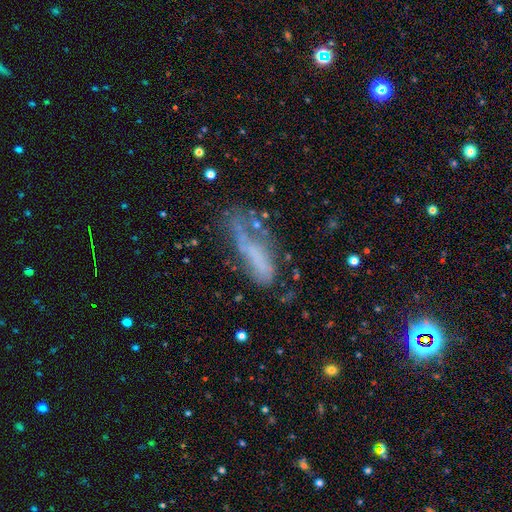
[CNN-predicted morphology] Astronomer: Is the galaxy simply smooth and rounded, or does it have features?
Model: smooth — 44% (runner-up: featured or disk, 42%).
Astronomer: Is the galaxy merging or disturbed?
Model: none — 32%, tied with major disturbance at 32%.